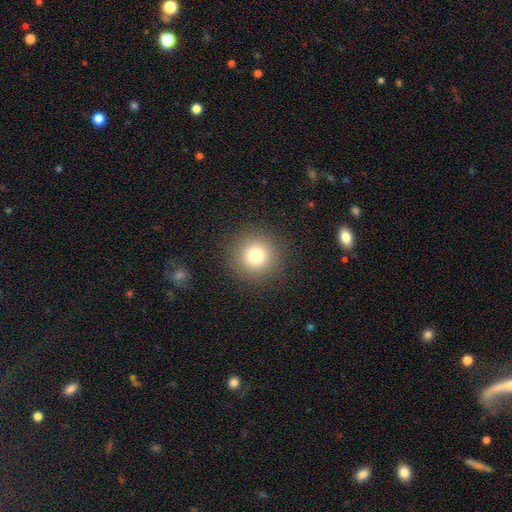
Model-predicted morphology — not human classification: Smooth or featured: smooth — 77% (star or artifact — 14%)
How rounded: round — 95% (in between — 4%)
Merging: none — 91% (minor disturbance — 5%)